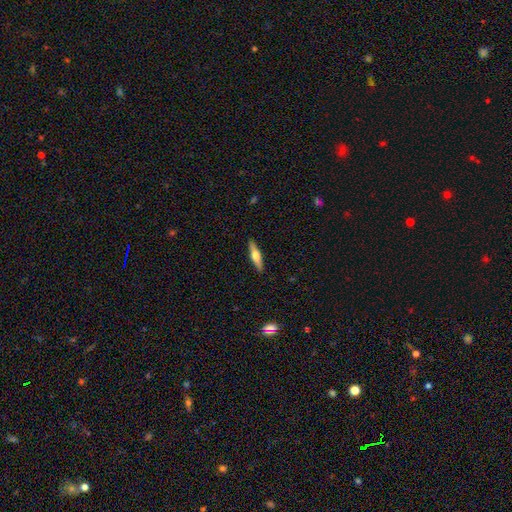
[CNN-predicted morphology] A featured or disk galaxy (50%). Merging: none (90%).